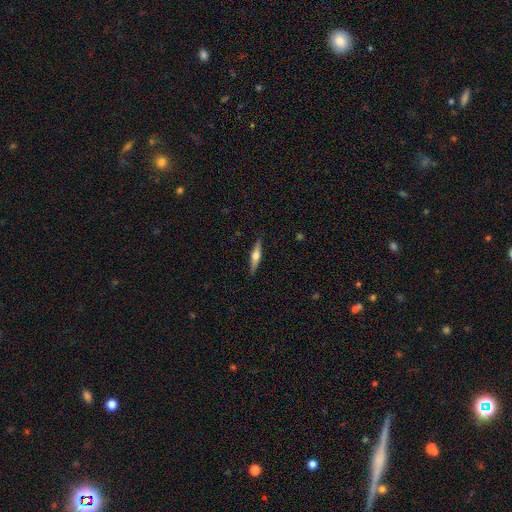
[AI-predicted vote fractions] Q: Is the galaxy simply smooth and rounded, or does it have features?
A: featured or disk — 69%.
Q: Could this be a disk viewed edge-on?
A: yes — 97%.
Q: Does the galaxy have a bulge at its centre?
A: rounded — 93%.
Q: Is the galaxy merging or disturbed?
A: none — 90%.